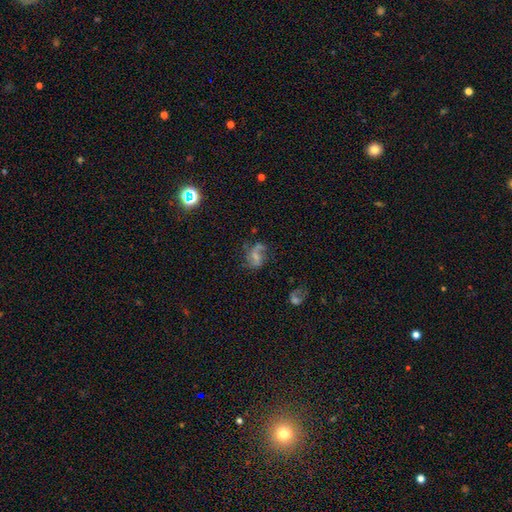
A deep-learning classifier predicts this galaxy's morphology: Overall: featured or disk (59%; smooth 27%). Edge-on disk: no (97%). Bar: weak (45%; no 38%). Spiral arms: yes (81%). Bulge size: small (44%; moderate 29%). Merging: none (49%; major disturbance 24%).